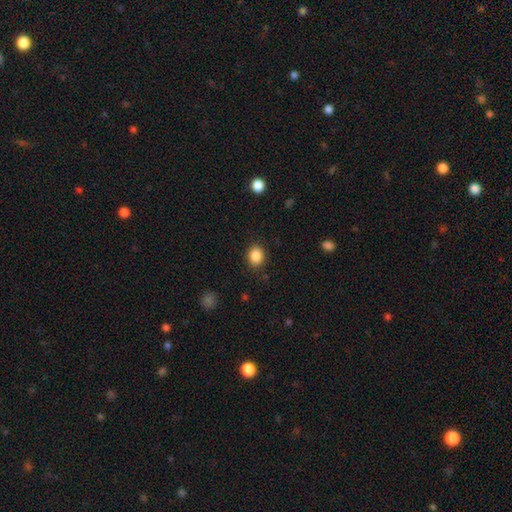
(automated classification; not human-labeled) smooth-or-featured: smooth: 87% | star or artifact: 9% | featured or disk: 4%
  how-rounded: round: 55% | in between: 44% | cigar-shaped: 1%
  merging: none: 88% | minor disturbance: 8% | major disturbance: 3% | merger: 1%